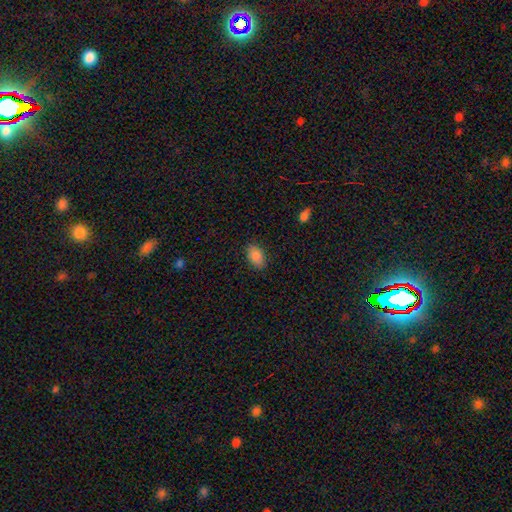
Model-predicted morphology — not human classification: Smooth or featured? Predicted: smooth (p=0.87). How rounded? Predicted: in between (p=0.91). Merging? Predicted: none (p=0.86).